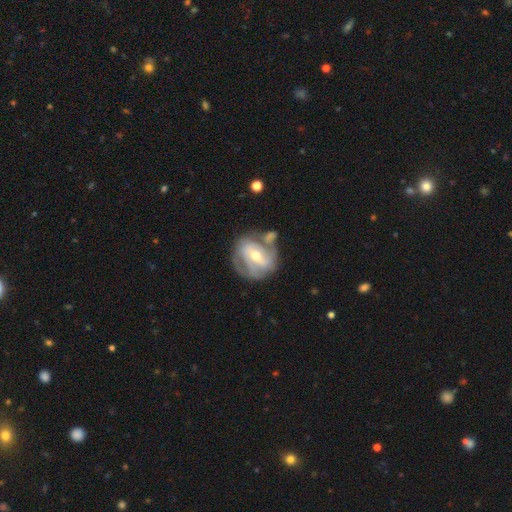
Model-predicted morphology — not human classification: Smooth or featured? Predicted: featured or disk (p=0.78). Edge-on disk? Predicted: no (p=0.96). Bar? Predicted: weak (p=0.44). Spiral arms? Predicted: yes (p=0.82). Spiral winding? Predicted: tight (p=0.48). Spiral arm count? Predicted: 2 (p=0.50). Bulge size? Predicted: moderate (p=0.63). Merging? Predicted: none (p=0.50).